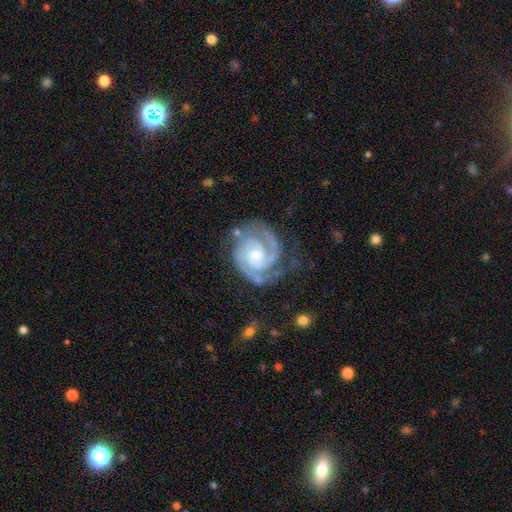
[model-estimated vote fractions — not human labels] A featured or disk galaxy (92%) with no bar (62%), 2 (79%) tight (67%) spiral arms (98%) and a moderate central bulge (55%).

Vote fractions:
- Smooth or featured? featured or disk: 92% / star or artifact: 4% / smooth: 4%
- Edge-on disk? no: 98% / yes: 2%
- Bar? no: 62% / weak: 30% / strong: 8%
- Spiral arms? yes: 98% / no: 2%
- Spiral winding? tight: 67% / medium: 29% / loose: 4%
- Spiral arm count? 2: 79% / 3: 9% / can't tell: 5% / 1: 3% / 4: 2% / more than 4: 2%
- Bulge size? moderate: 55% / small: 38% / large: 4% / none: 2% / dominant: 1%
- Merging? none: 71% / minor disturbance: 19% / major disturbance: 8% / merger: 2%